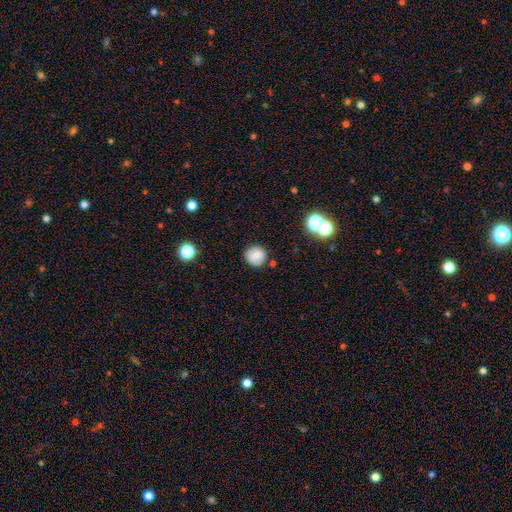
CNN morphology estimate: Smooth or featured? Predicted: smooth (p=0.79). How rounded? Predicted: round (p=0.92). Merging? Predicted: none (p=0.85).